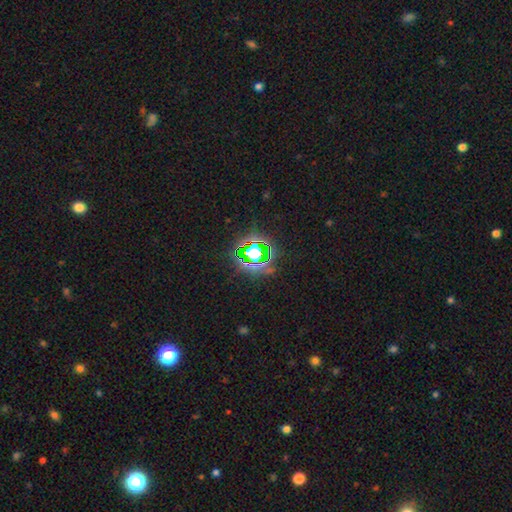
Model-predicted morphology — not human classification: A star or artifact, not a galaxy (72%).

Vote fractions:
- Smooth or featured? star or artifact: 72% / smooth: 17% / featured or disk: 11%